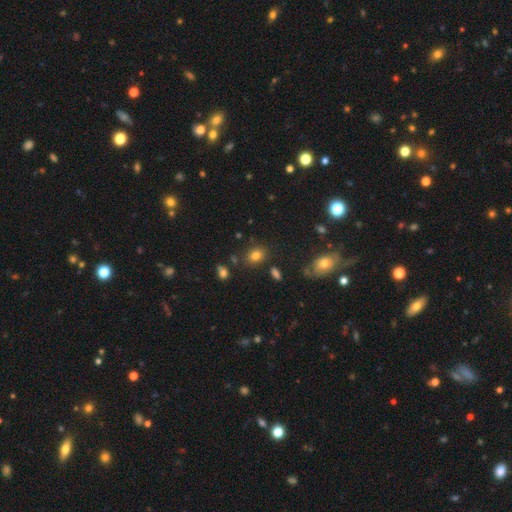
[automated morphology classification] Smooth or featured: smooth — 78% (star or artifact — 13%)
How rounded: in between — 65% (round — 33%)
Merging: none — 79% (minor disturbance — 12%)